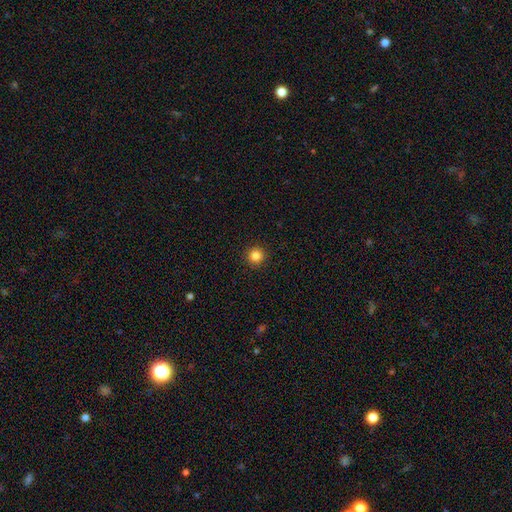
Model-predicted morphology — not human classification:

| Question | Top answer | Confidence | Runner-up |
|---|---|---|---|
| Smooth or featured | smooth | 85% | star or artifact (11%) |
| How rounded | round | 95% | in between (4%) |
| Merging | none | 92% | minor disturbance (5%) |